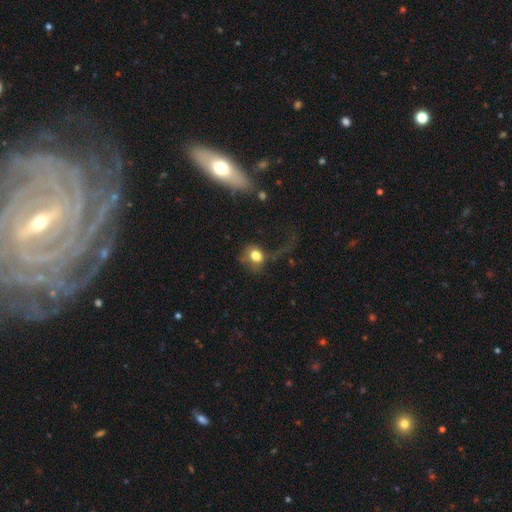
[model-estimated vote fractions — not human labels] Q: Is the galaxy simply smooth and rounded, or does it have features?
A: smooth — 73%.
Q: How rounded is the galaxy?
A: round — 67%.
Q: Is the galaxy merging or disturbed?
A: major disturbance — 52%.